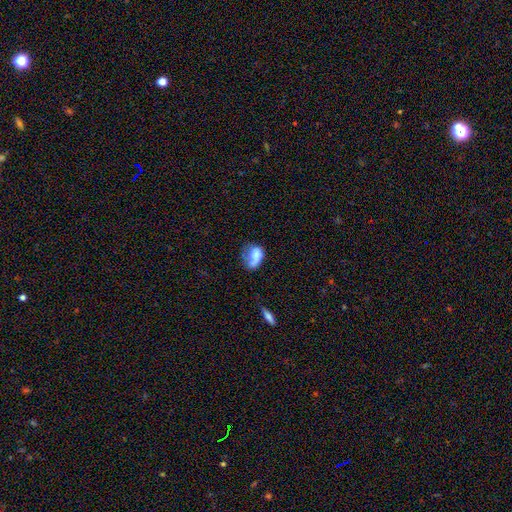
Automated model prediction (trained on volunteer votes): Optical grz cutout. It shows a smooth galaxy with no disk features (62%) that is in between round and cigar-shaped (76%). Merging: major disturbance (36%).